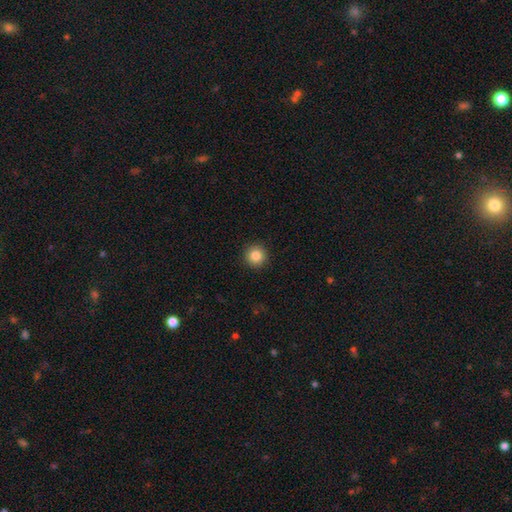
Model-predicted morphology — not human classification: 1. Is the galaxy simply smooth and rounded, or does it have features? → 85% smooth, 10% star or artifact, 5% featured or disk.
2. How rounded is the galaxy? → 95% round, 4% in between, 1% cigar-shaped.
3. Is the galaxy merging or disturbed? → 93% none, 5% minor disturbance, 2% major disturbance, 1% merger.